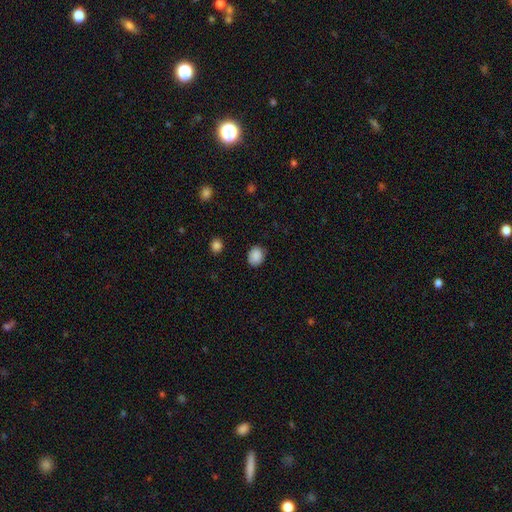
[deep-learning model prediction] Overall: smooth (89%). How rounded: round (50%; in between 49%). Merging: none (85%).